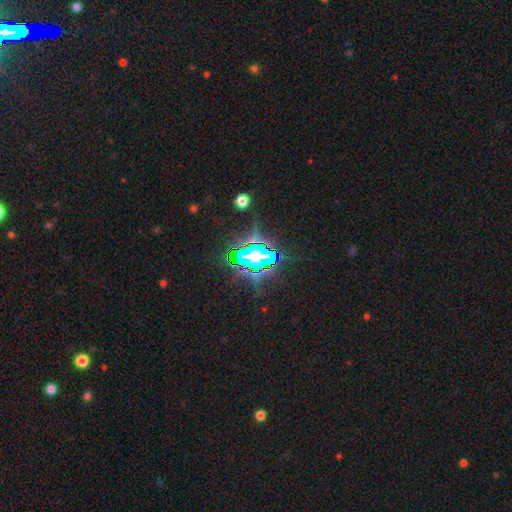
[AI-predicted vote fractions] Smooth or featured?
  - star or artifact: 71% *
  - featured or disk: 15%
  - smooth: 14%